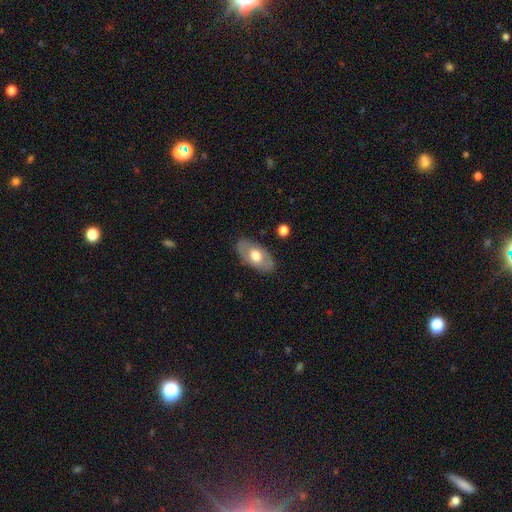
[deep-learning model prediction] The model was most divided on "smooth or featured": smooth: 54%, featured or disk: 40%, star or artifact: 6%. More confident: how rounded — in between (92%); merging — none (83%).